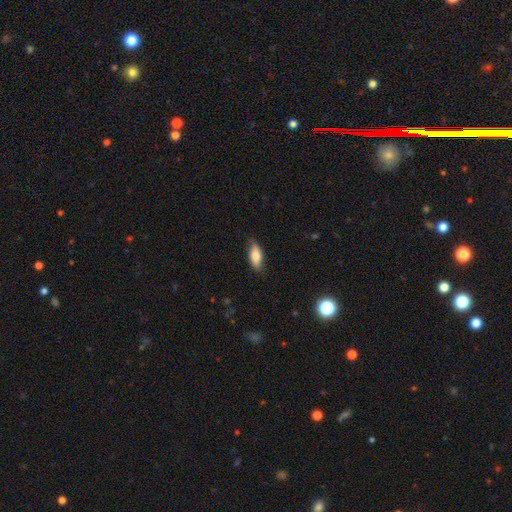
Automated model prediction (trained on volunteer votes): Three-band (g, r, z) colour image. It shows a smooth galaxy with no disk features (79%) that is in between round and cigar-shaped (80%). Merging: none (79%).